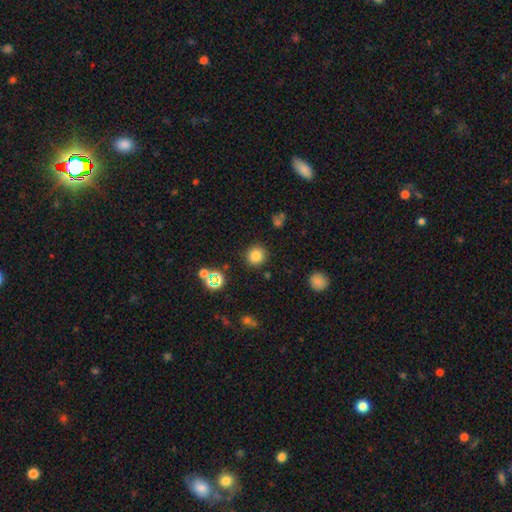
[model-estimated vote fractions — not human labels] smooth 80%, star or artifact 14%, featured or disk 6%. Down the decision tree: how rounded — round (94%); merging — none (88%).